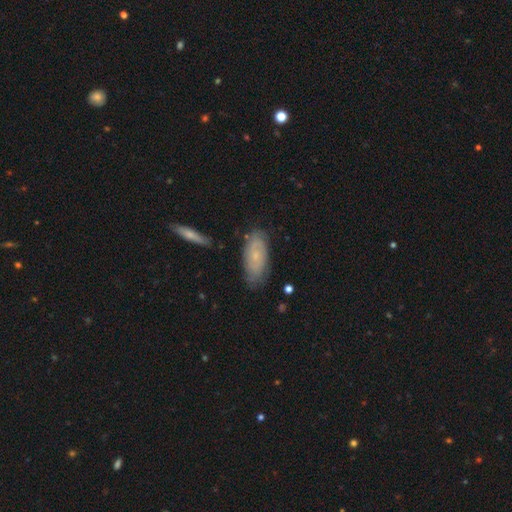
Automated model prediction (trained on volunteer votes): Smooth or featured? Predicted: featured or disk (p=0.46, tied with smooth). Merging? Predicted: none (p=0.74).